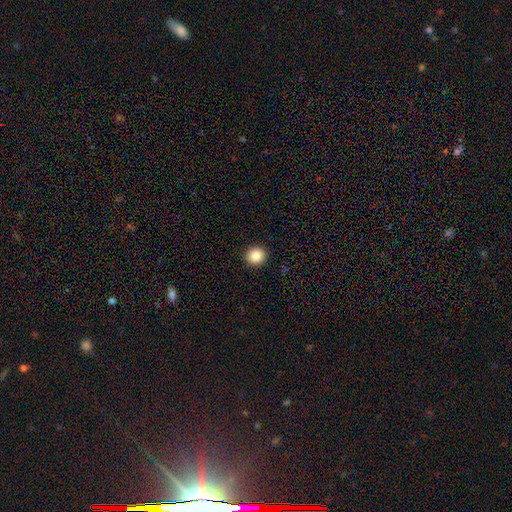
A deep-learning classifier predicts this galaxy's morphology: Smooth or featured? Predicted: smooth (p=0.86). How rounded? Predicted: round (p=0.85). Merging? Predicted: none (p=0.93).